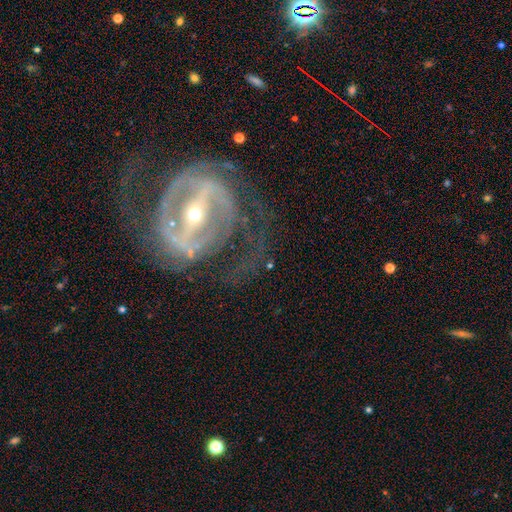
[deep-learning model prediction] smooth_or_featured: featured or disk (p=0.89) [alt: star or artifact p=0.06]
disk_edge_on: no (p=0.93) [alt: yes p=0.07]
bar: strong (p=0.74) [alt: weak p=0.19]
has_spiral_arms: yes (p=0.90) [alt: no p=0.10]
spiral_winding: medium (p=0.45) [alt: tight p=0.39]
spiral_arm_count: 2 (p=0.76) [alt: can't tell p=0.11]
bulge_size: small (p=0.52) [alt: moderate p=0.43]
merging: none (p=0.69) [alt: major disturbance p=0.16]